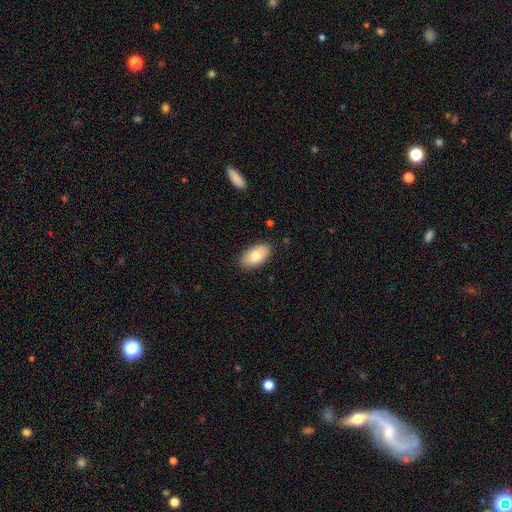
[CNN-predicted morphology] A smooth galaxy with no disk features (78%) that is in between round and cigar-shaped (94%). Merging: none (86%).